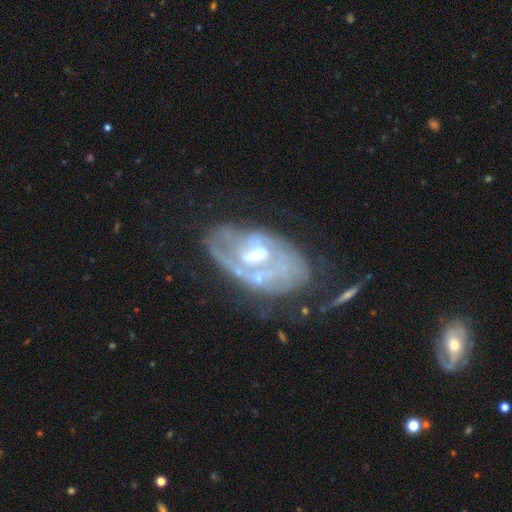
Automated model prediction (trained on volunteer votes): Overall: featured or disk (76%). Edge-on disk: no (94%). Bar: no (43%; weak 40%). Spiral arms: yes (59%; no 41%). Bulge size: moderate (50%; small 25%). Merging: none (38%; major disturbance 27%).